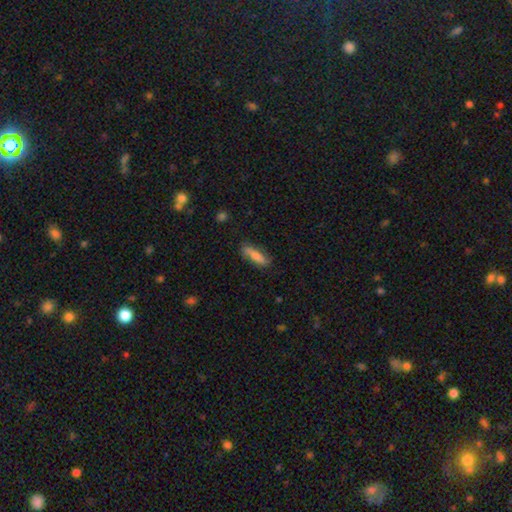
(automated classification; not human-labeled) Smooth or featured? smooth (74%)
How rounded? cigar-shaped (61%)
Merging? none (78%)